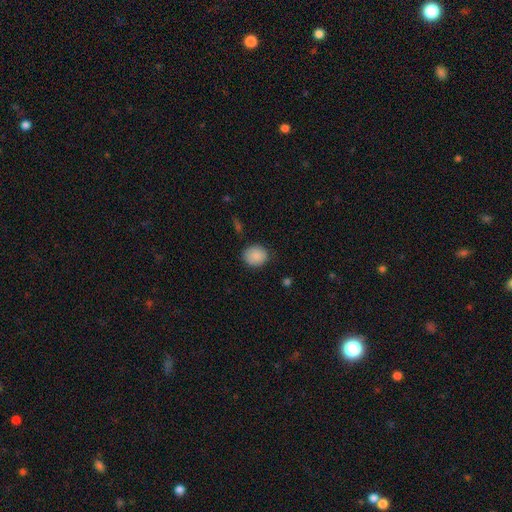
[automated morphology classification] smooth 88%, star or artifact 7%, featured or disk 5%. Down the decision tree: how rounded — round (64%); merging — none (79%).